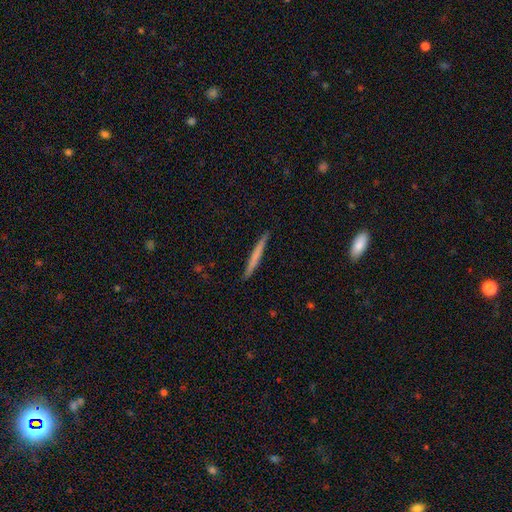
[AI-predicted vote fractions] smooth 59%, featured or disk 36%, star or artifact 6%. Down the decision tree: how rounded — cigar-shaped (97%); merging — none (90%).